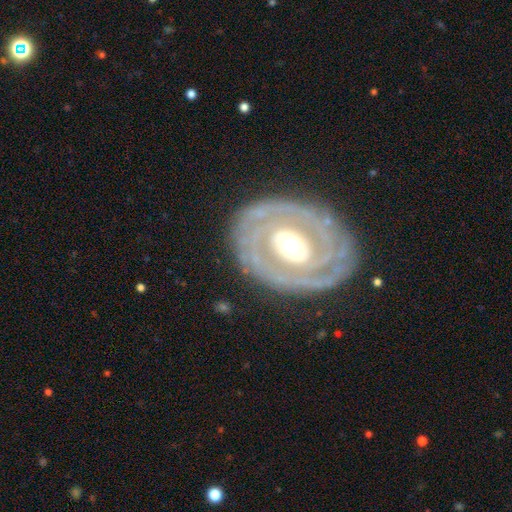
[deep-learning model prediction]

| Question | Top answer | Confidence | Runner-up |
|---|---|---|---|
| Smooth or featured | featured or disk | 84% | smooth (11%) |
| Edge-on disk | no | 96% | yes (4%) |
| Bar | no | 48% | weak (32%) |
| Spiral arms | yes | 80% | no (20%) |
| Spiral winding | tight | 77% | medium (18%) |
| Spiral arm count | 2 | 39% | can't tell (31%) |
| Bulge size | moderate | 67% | small (16%) |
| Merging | none | 78% | minor disturbance (15%) |